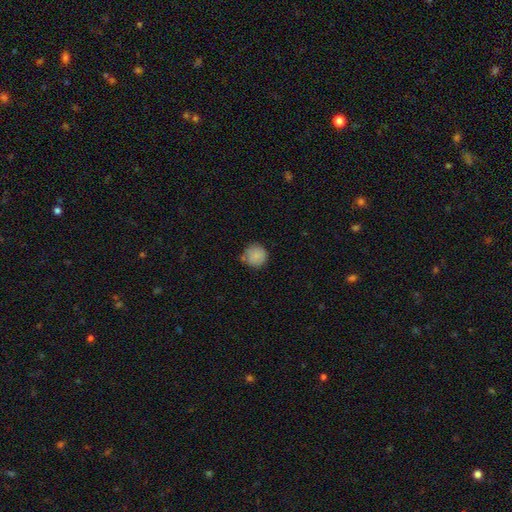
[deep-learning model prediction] Smooth or featured? smooth (85%)
How rounded? round (94%)
Merging? none (75%)